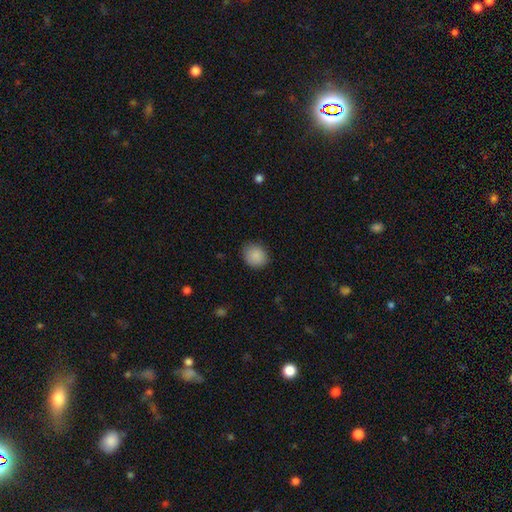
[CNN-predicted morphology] type=smooth (88%); roundness=round (71%); merging=none (83%).